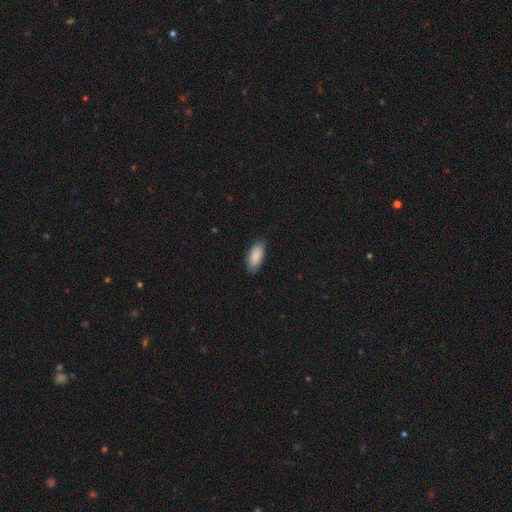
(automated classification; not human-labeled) Q: Smooth or featured?
A: smooth (88%); runner-up: featured or disk (6%)
Q: How rounded?
A: in between (86%); runner-up: cigar-shaped (12%)
Q: Merging?
A: none (83%); runner-up: minor disturbance (14%)